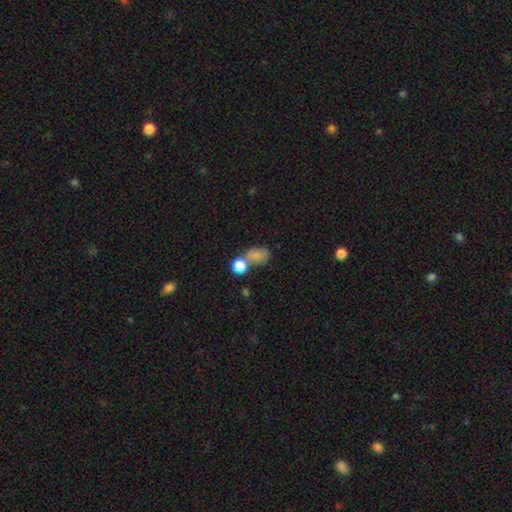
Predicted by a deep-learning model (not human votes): smooth-or-featured: smooth: 75% | star or artifact: 15% | featured or disk: 11%
  how-rounded: in between: 71% | round: 27% | cigar-shaped: 2%
  merging: none: 39% | merger: 33% | minor disturbance: 17% | major disturbance: 11%